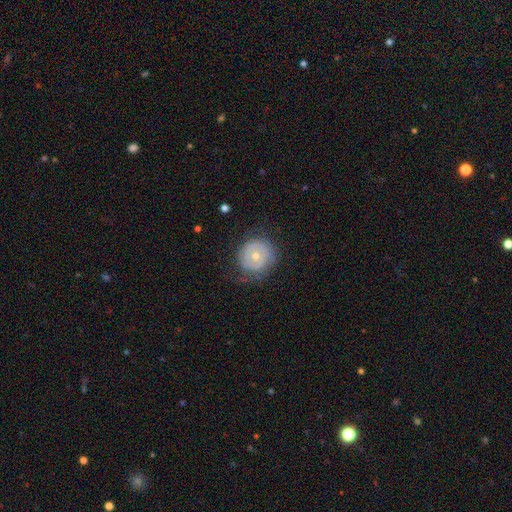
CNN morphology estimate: The model was most divided on "spiral arms": yes: 53%, no: 47%. More confident: edge-on disk — no (97%); bar — no (81%); merging — none (67%); smooth or featured — featured or disk (55%); bulge size — moderate (53%).